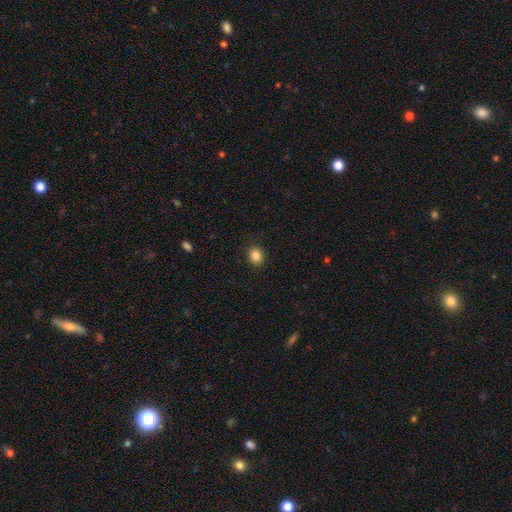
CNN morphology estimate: This appears to be a smooth galaxy with no disk features (85%) that is round (69%). Merging: none (89%).